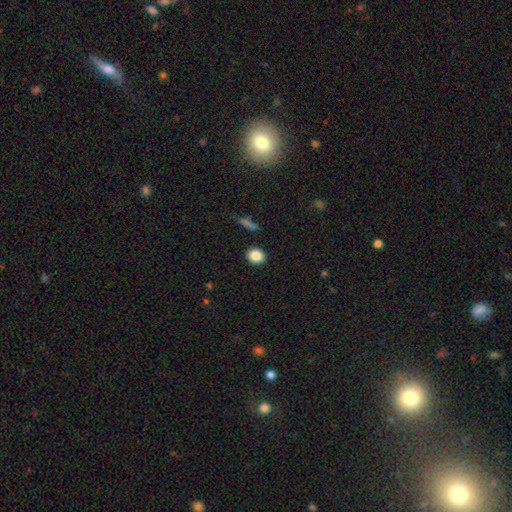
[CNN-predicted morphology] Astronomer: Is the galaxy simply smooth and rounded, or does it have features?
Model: smooth — 86%.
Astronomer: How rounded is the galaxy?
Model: round — 60% (runner-up: in between, 39%).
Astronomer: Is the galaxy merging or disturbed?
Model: none — 90%.